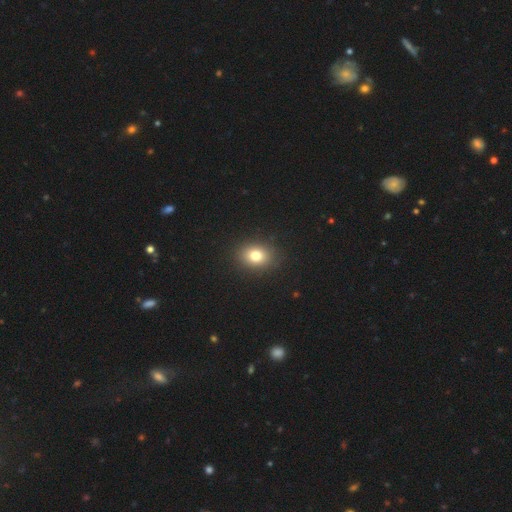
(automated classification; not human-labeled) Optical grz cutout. It shows a smooth galaxy with no disk features (79%) that is in between round and cigar-shaped (54%). Merging: none (90%).